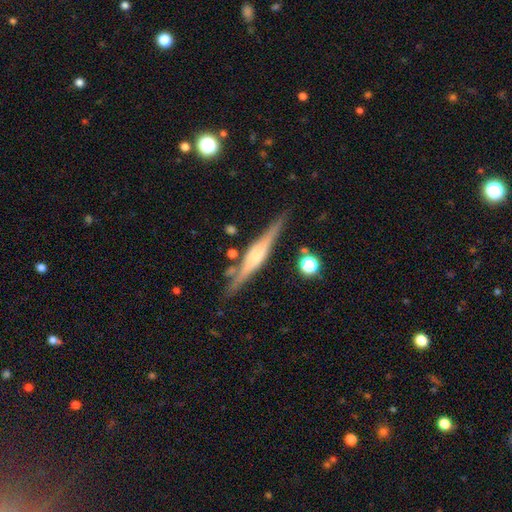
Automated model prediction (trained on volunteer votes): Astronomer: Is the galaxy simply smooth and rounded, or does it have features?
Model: featured or disk — 75%.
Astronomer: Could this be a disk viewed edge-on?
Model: yes — 97%.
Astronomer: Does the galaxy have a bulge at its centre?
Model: rounded — 67%.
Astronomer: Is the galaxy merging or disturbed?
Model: none — 84%.